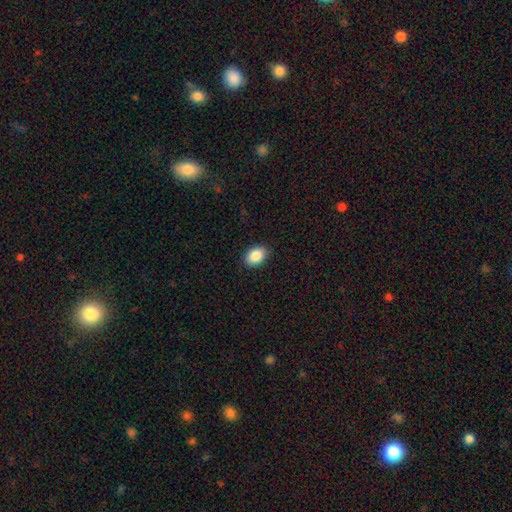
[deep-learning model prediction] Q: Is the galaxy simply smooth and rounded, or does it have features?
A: smooth — 88%.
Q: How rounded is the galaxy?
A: in between — 82%.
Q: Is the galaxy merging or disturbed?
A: none — 88%.